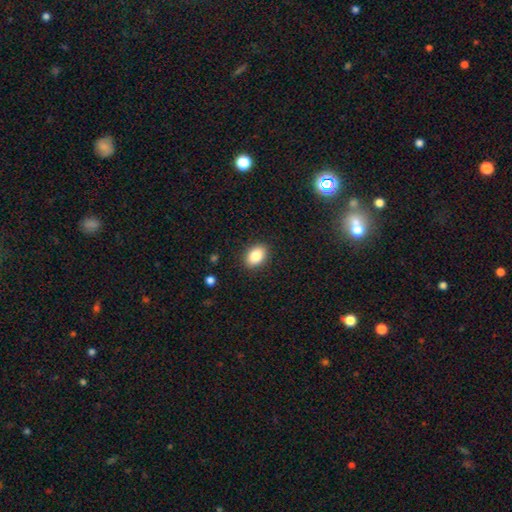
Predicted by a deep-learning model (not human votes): The model was most divided on "how rounded": in between: 78%, round: 21%, cigar-shaped: 1%. More confident: merging — none (89%); smooth or featured — smooth (85%).